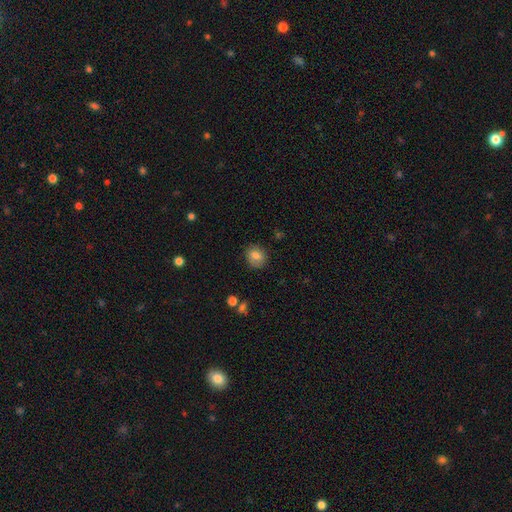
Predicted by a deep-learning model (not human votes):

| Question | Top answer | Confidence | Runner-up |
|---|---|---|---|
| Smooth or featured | smooth | 79% | featured or disk (12%) |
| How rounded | round | 68% | in between (31%) |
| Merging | none | 84% | minor disturbance (12%) |